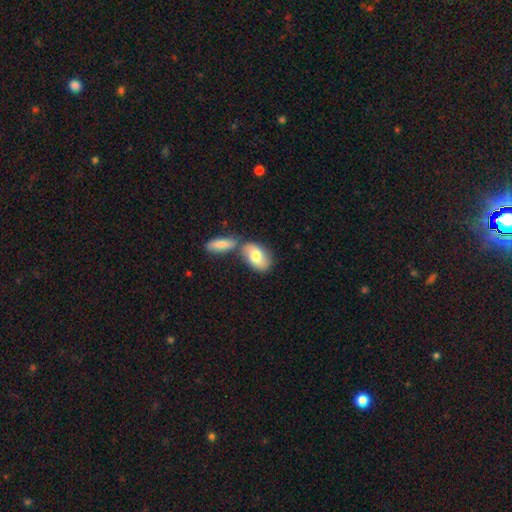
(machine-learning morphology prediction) Smooth or featured: smooth — 71% (featured or disk — 23%)
How rounded: in between — 90% (round — 7%)
Merging: none — 49% (merger — 35%)